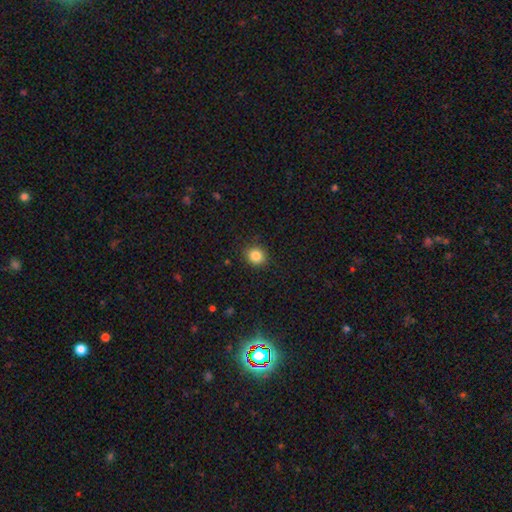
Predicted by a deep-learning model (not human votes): Q: Smooth or featured?
A: smooth (85%); runner-up: star or artifact (11%)
Q: How rounded?
A: round (85%); runner-up: in between (14%)
Q: Merging?
A: none (89%); runner-up: minor disturbance (7%)